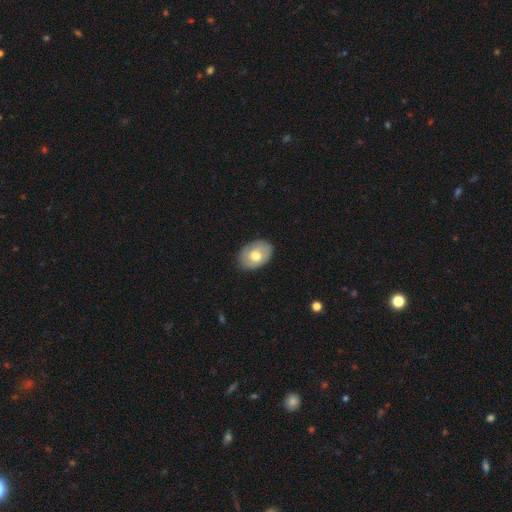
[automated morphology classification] A smooth galaxy with no disk features (66%) that is in between round and cigar-shaped (80%).

Vote fractions:
- Smooth or featured? smooth: 66% / featured or disk: 27% / star or artifact: 7%
- How rounded? in between: 80% / round: 19% / cigar-shaped: 1%
- Merging? none: 82% / minor disturbance: 14% / major disturbance: 3% / merger: 1%